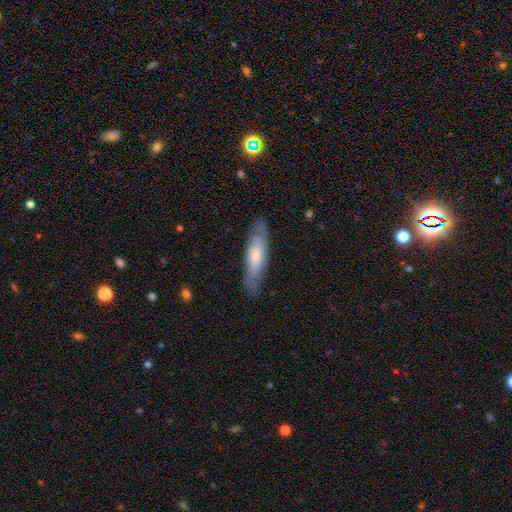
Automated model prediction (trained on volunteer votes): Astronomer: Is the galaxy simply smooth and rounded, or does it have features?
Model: smooth — 55% (runner-up: featured or disk, 40%).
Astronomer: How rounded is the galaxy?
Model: cigar-shaped — 63%.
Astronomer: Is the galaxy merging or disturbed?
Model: none — 79%.